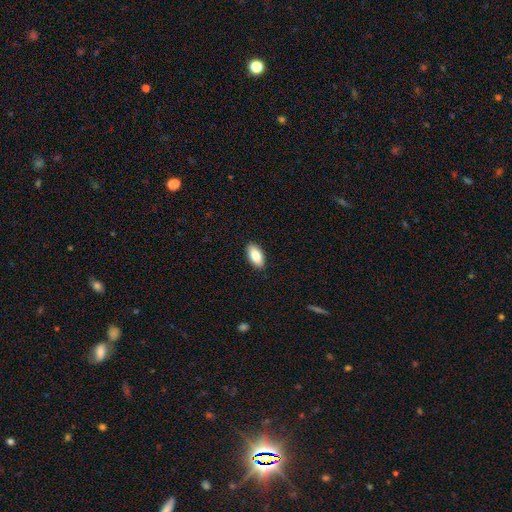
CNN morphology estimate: smooth_or_featured: smooth (p=0.86) [alt: featured or disk p=0.08]
how_rounded: in between (p=0.93) [alt: cigar-shaped p=0.05]
merging: none (p=0.90) [alt: minor disturbance p=0.08]